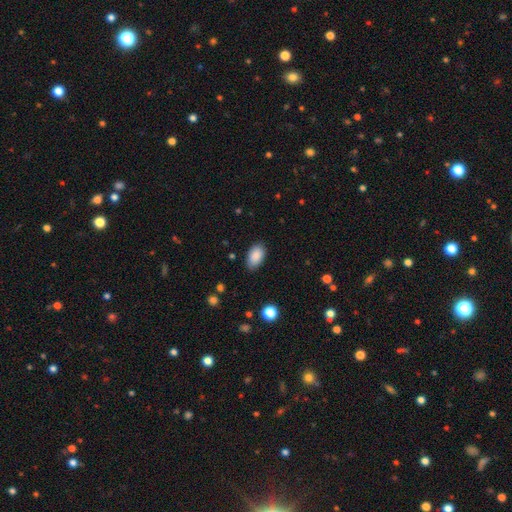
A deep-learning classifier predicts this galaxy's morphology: A smooth galaxy with no disk features (89%) that is in between round and cigar-shaped (93%). Merging: none (83%).